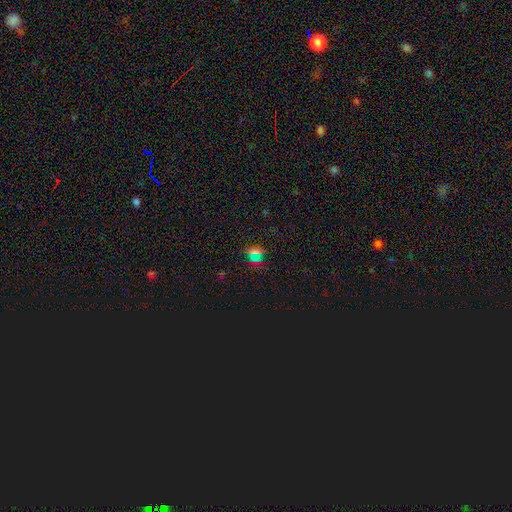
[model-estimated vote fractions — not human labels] This appears to be a smooth galaxy with no disk features (47%). Merging: none (75%).